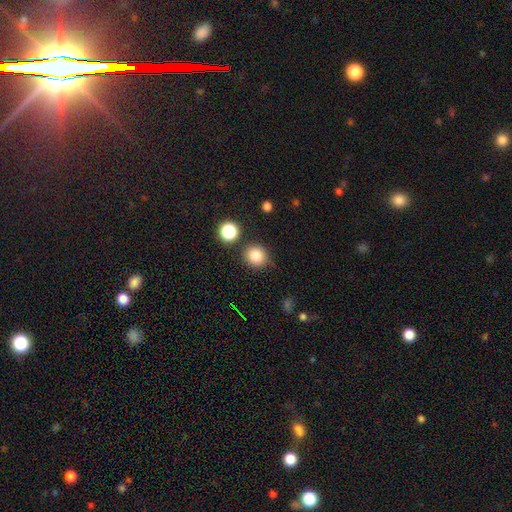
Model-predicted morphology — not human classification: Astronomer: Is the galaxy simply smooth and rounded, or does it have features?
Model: smooth — 83%.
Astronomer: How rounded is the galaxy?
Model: round — 90%.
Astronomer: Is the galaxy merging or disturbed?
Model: none — 82%.